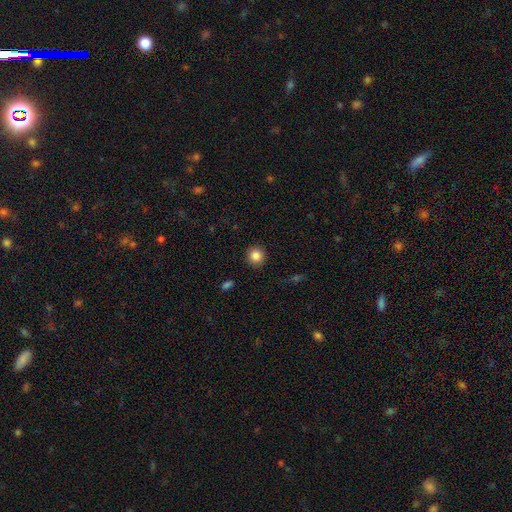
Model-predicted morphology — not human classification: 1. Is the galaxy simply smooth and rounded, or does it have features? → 84% smooth, 11% star or artifact, 5% featured or disk.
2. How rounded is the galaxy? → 93% round, 6% in between, 1% cigar-shaped.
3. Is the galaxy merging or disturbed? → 92% none, 5% minor disturbance, 2% major disturbance, 1% merger.